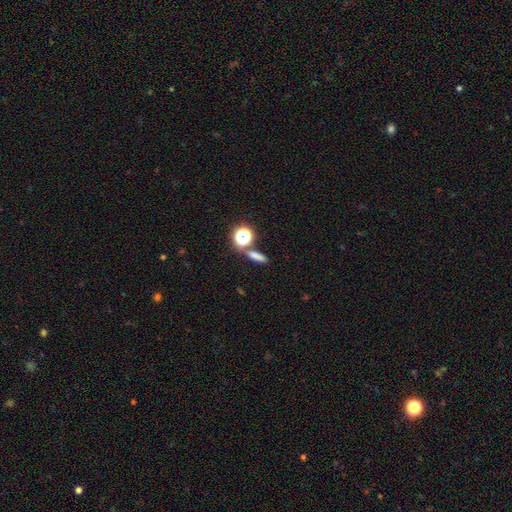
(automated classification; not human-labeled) Smooth or featured? Predicted: smooth (p=0.69). How rounded? Predicted: cigar-shaped (p=0.44). Merging? Predicted: none (p=0.73).